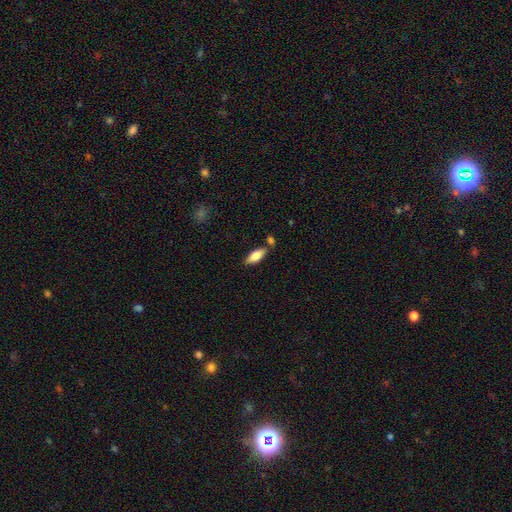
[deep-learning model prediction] Q: Smooth or featured?
A: smooth (75%); runner-up: featured or disk (19%)
Q: How rounded?
A: in between (75%); runner-up: cigar-shaped (23%)
Q: Merging?
A: none (76%); runner-up: minor disturbance (13%)